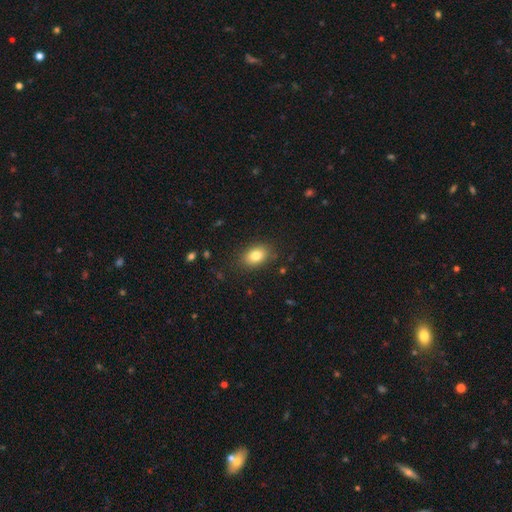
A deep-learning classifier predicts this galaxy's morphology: This is clearly a smooth galaxy (82%). How rounded: clearly in between (81%). Merging: clearly none (85%).